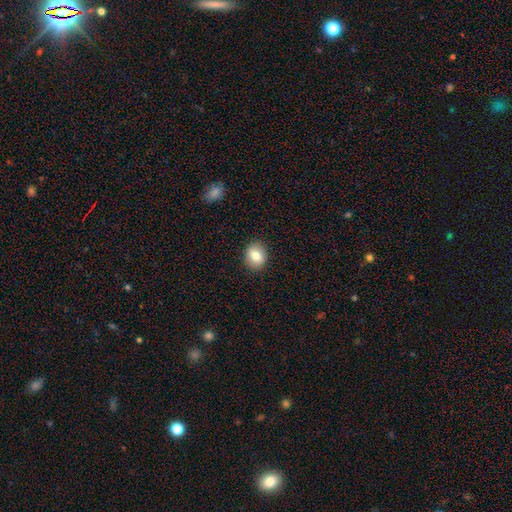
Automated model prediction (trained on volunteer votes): This appears to be a smooth galaxy with no disk features (80%) that is round (64%). Merging: none (90%).